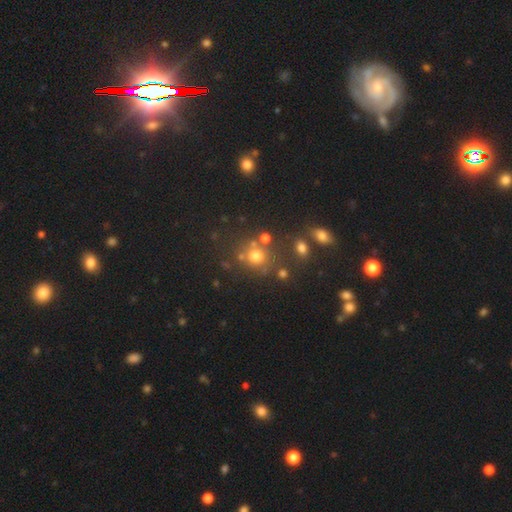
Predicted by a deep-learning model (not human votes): Overall: smooth (67%). How rounded: round (84%). Merging: none (67%).